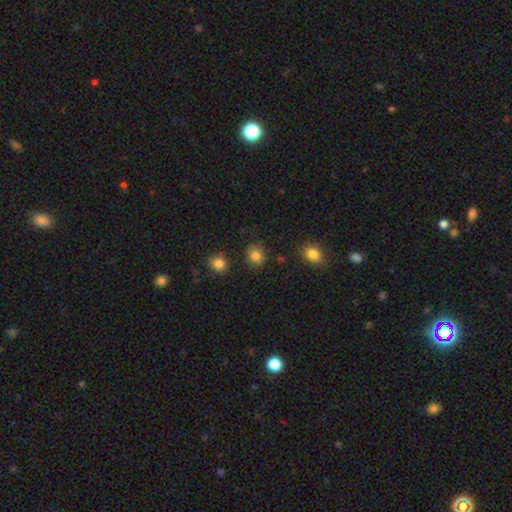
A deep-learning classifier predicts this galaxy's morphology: A smooth galaxy with no disk features (83%) that is round (73%).

Vote fractions:
- Smooth or featured? smooth: 83% / star or artifact: 11% / featured or disk: 5%
- How rounded? round: 73% / in between: 26% / cigar-shaped: 1%
- Merging? none: 79% / minor disturbance: 15% / major disturbance: 4% / merger: 3%